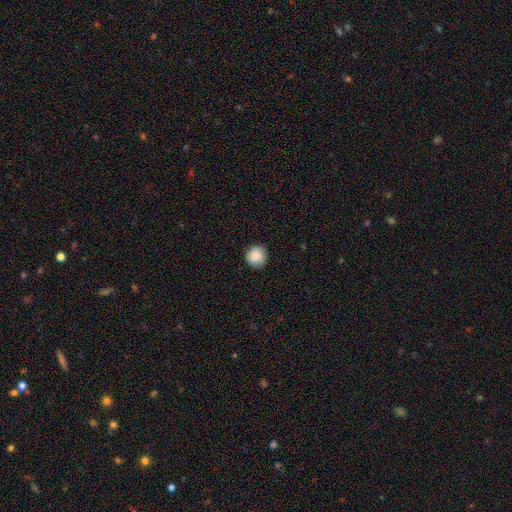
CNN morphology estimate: type=smooth (88%); roundness=round (94%); merging=none (90%).